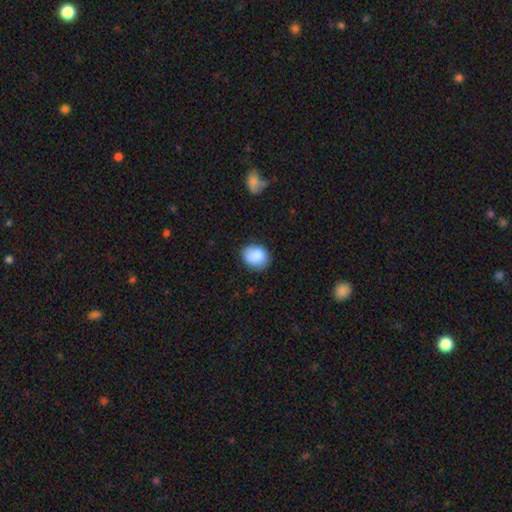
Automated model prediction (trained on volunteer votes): Morphology: type=smooth (88%); roundness=round (58%); merging=none (79%).